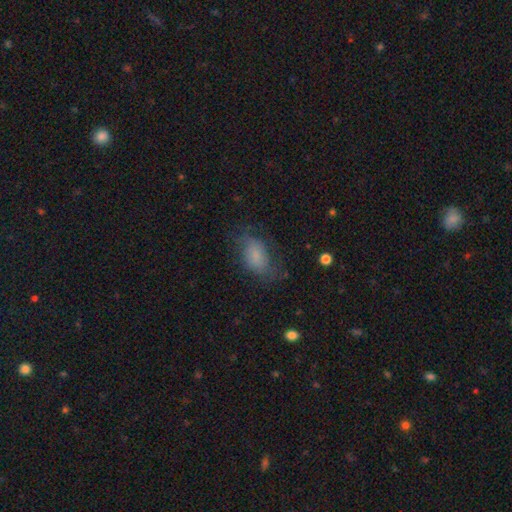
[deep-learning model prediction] This appears to be a smooth galaxy with no disk features (70%) that is in between round and cigar-shaped (88%). Merging: none (56%).